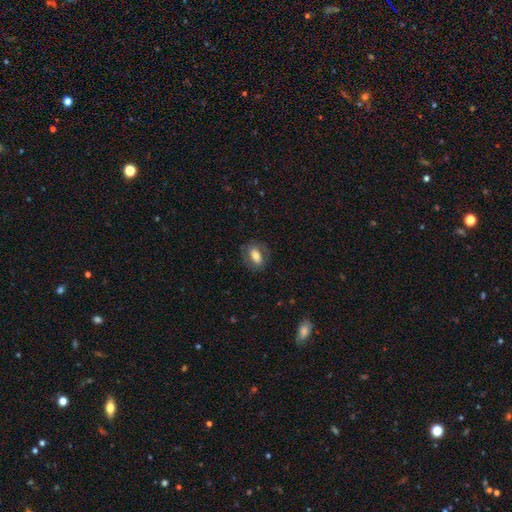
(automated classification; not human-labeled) Smooth or featured? smooth (63%)
How rounded? in between (83%)
Merging? none (75%)